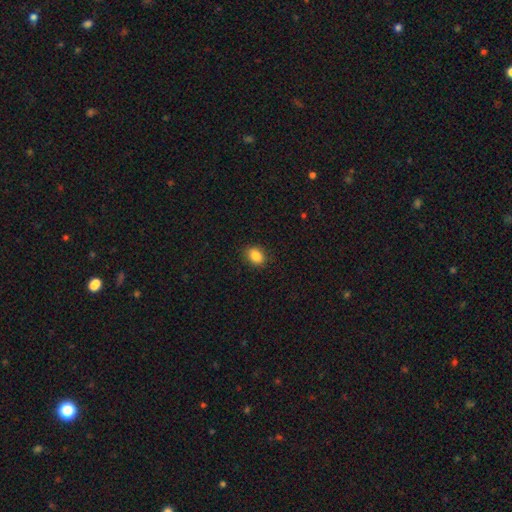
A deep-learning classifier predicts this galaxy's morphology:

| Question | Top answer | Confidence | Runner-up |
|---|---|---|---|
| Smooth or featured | smooth | 87% | star or artifact (9%) |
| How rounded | in between | 69% | round (30%) |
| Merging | none | 88% | minor disturbance (9%) |